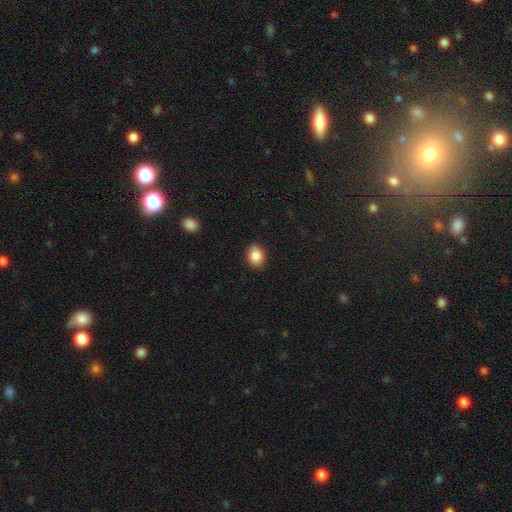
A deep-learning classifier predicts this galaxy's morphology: Q: Smooth or featured?
A: smooth (85%); runner-up: star or artifact (9%)
Q: How rounded?
A: in between (59%); runner-up: round (40%)
Q: Merging?
A: none (86%); runner-up: minor disturbance (11%)